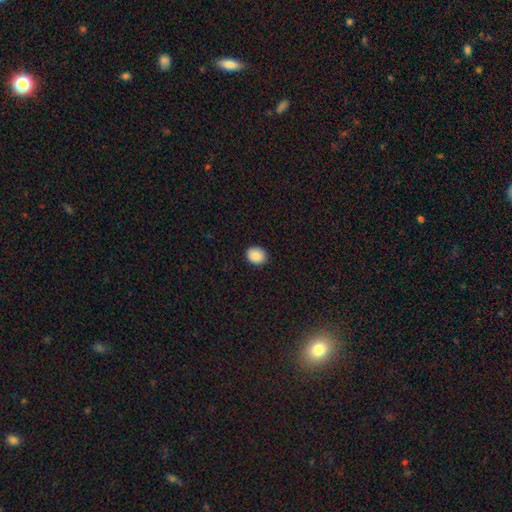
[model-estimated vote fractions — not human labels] A smooth galaxy with no disk features (89%) that is round (63%).

Vote fractions:
- Smooth or featured? smooth: 89% / star or artifact: 8% / featured or disk: 3%
- How rounded? round: 63% / in between: 36% / cigar-shaped: 1%
- Merging? none: 90% / minor disturbance: 8% / major disturbance: 2% / merger: 1%